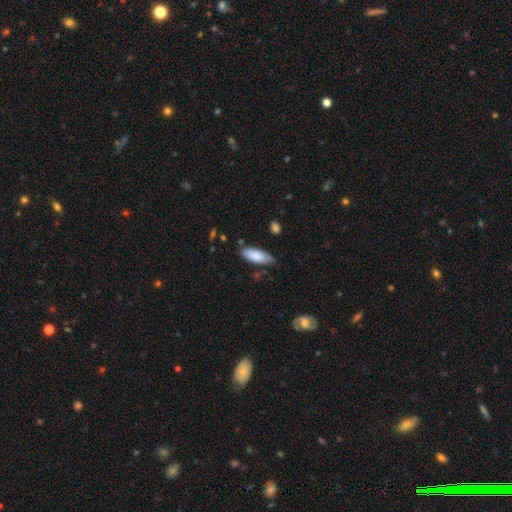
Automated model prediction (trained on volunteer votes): Overall: smooth (85%). How rounded: in between (72%). Merging: none (70%).